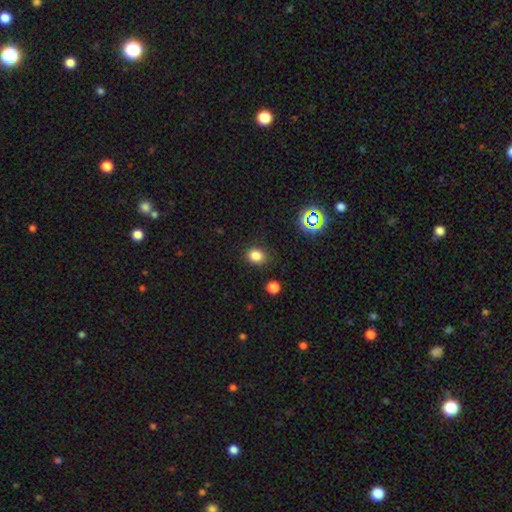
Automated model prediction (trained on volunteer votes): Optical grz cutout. It shows a smooth galaxy with no disk features (81%) that is round (61%). Merging: none (86%).